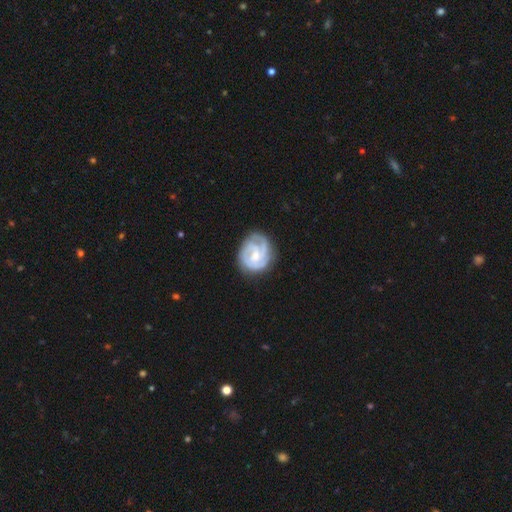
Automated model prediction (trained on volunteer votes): Smooth or featured? featured or disk (80%)
Edge-on disk? no (98%)
Bar? no (50%)
Spiral arms? yes (93%)
Spiral winding? tight (62%)
Spiral arm count? 2 (38%)
Bulge size? small (47%)
Merging? none (67%)